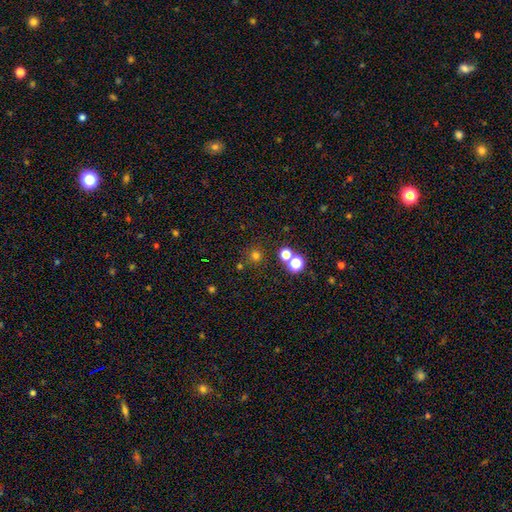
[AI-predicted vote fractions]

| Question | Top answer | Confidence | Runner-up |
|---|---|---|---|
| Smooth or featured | smooth | 69% | star or artifact (24%) |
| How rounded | round | 94% | in between (5%) |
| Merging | none | 78% | merger (12%) |